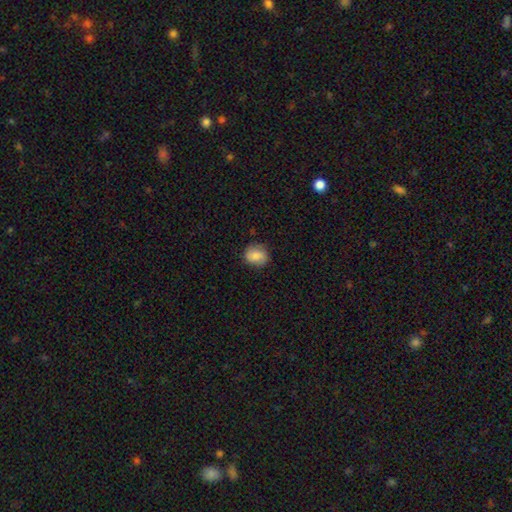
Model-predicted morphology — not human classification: smooth-or-featured: smooth: 83% | featured or disk: 9% | star or artifact: 8%
  how-rounded: round: 71% | in between: 28% | cigar-shaped: 1%
  merging: none: 81% | minor disturbance: 15% | major disturbance: 3% | merger: 1%